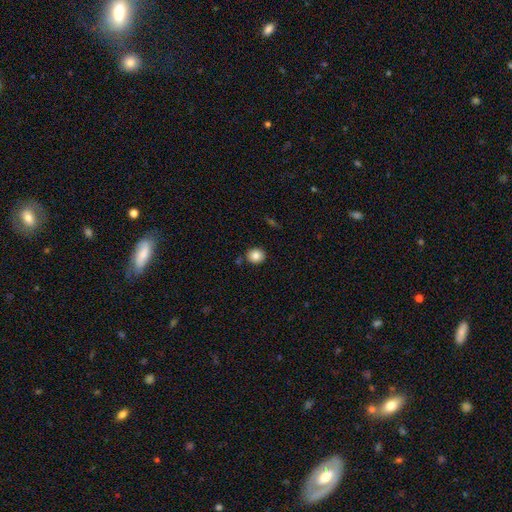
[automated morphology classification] Overall: smooth (84%). How rounded: round (78%). Merging: none (84%).